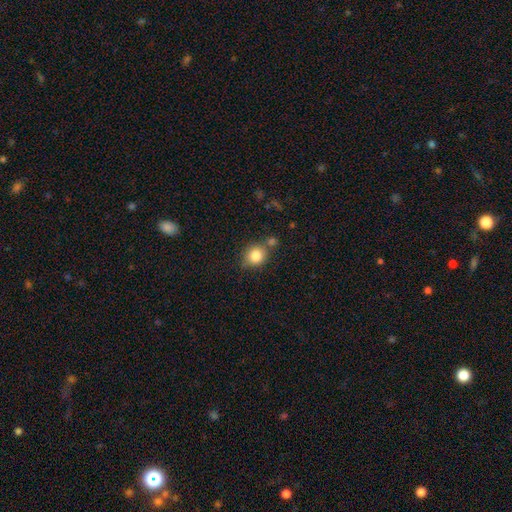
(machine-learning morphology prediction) This is clearly a smooth galaxy (82%). How rounded: likely round (78%). Merging: likely none (66%).